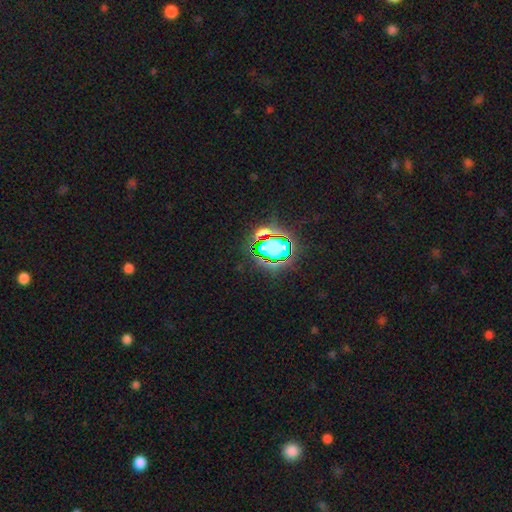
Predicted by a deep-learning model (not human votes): Q: Smooth or featured?
A: star or artifact (77%); runner-up: smooth (15%)